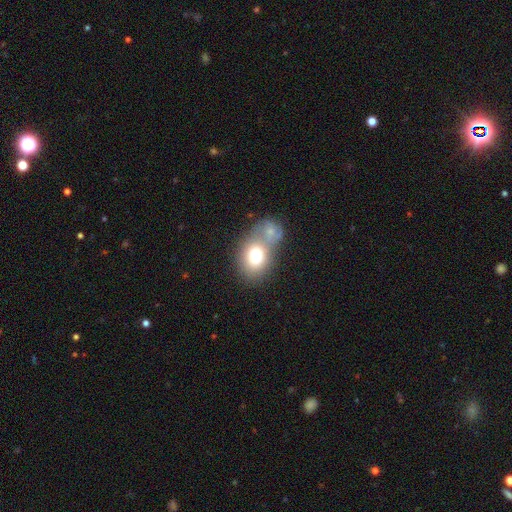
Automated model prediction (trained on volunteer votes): smooth_or_featured: smooth (p=0.79) [alt: featured or disk p=0.14]
how_rounded: in between (p=0.72) [alt: round p=0.27]
merging: merger (p=0.54) [alt: none p=0.26]